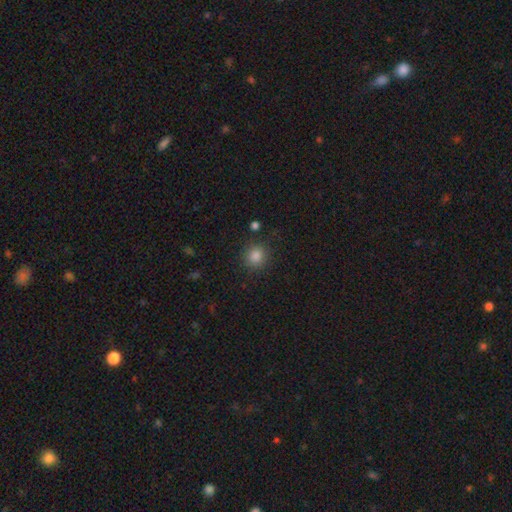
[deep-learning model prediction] Morphology: type=smooth (83%); roundness=round (90%); merging=none (88%).